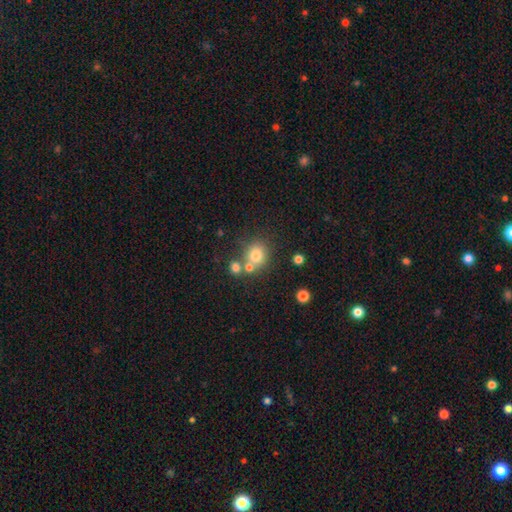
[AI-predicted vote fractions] smooth 75%, star or artifact 14%, featured or disk 11%. Down the decision tree: how rounded — round (82%); merging — none (61%).